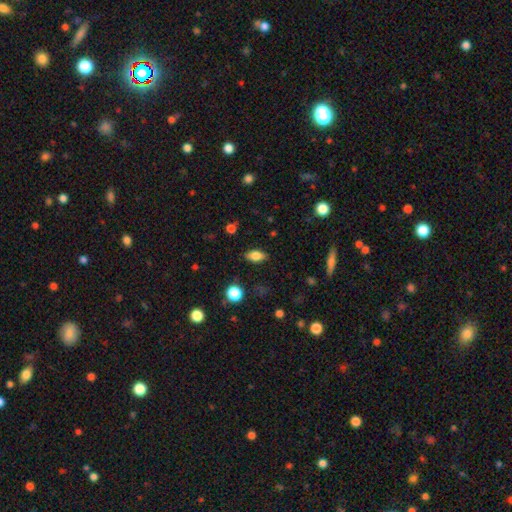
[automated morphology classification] type=smooth (78%); roundness=in between (85%); merging=none (85%).